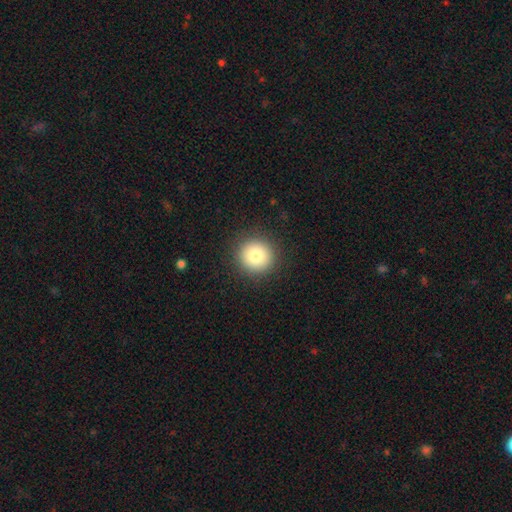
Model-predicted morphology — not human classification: smooth-or-featured: smooth: 81% | star or artifact: 10% | featured or disk: 9%
  how-rounded: round: 93% | in between: 6% | cigar-shaped: 1%
  merging: none: 90% | minor disturbance: 6% | major disturbance: 2% | merger: 1%